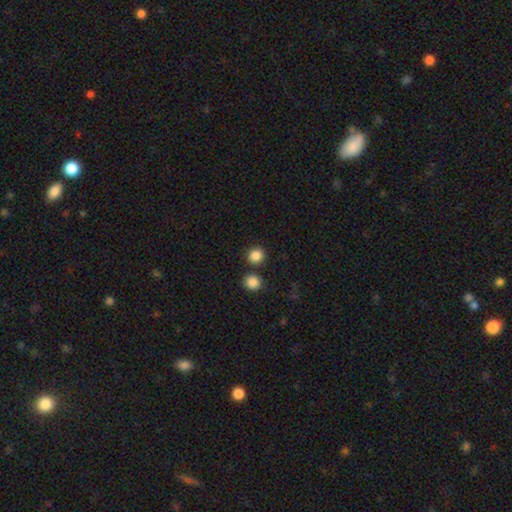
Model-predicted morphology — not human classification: Smooth or featured? smooth (86%)
How rounded? round (89%)
Merging? none (81%)